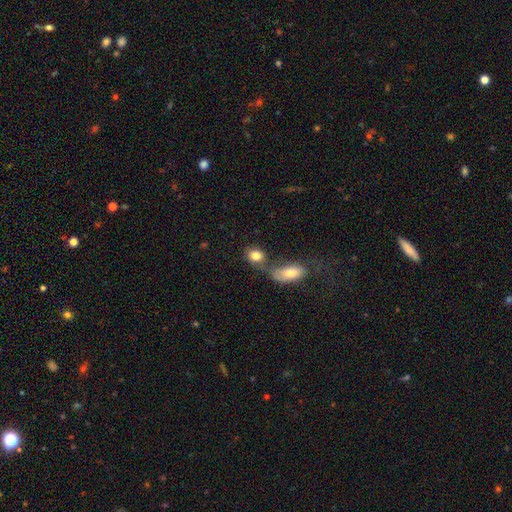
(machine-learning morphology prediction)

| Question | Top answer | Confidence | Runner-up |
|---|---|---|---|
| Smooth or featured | smooth | 81% | featured or disk (11%) |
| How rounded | in between | 62% | round (36%) |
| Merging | merger | 46% | none (36%) |